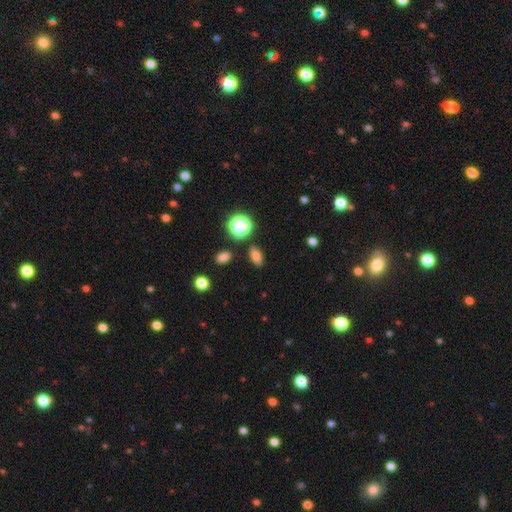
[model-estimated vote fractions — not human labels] Smooth or featured? smooth (74%)
How rounded? in between (81%)
Merging? none (84%)